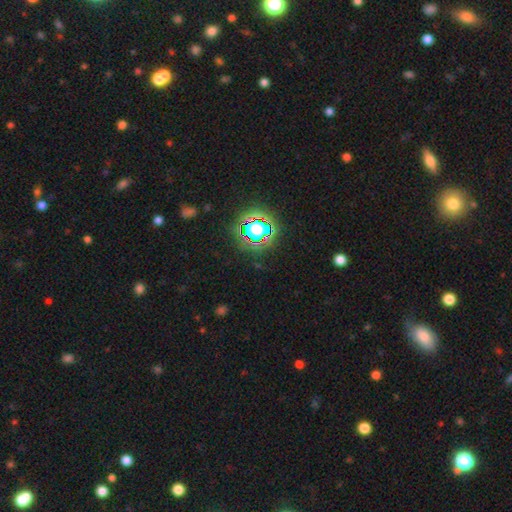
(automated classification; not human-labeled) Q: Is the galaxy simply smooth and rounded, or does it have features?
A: star or artifact — 79%.